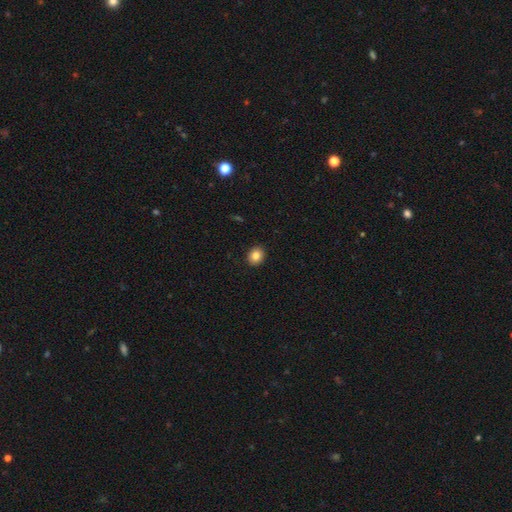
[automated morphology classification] Q: Smooth or featured?
A: smooth (83%); runner-up: star or artifact (10%)
Q: How rounded?
A: round (70%); runner-up: in between (29%)
Q: Merging?
A: none (92%); runner-up: minor disturbance (5%)